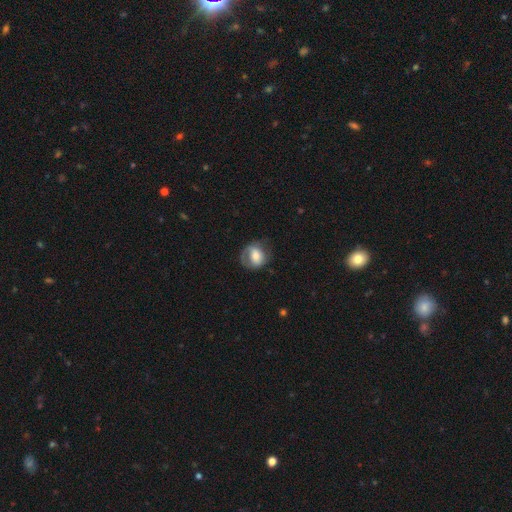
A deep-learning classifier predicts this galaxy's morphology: A smooth galaxy with no disk features (53%) that is round (57%).

Vote fractions:
- Smooth or featured? smooth: 53% / featured or disk: 40% / star or artifact: 7%
- How rounded? round: 57% / in between: 42% / cigar-shaped: 1%
- Merging? none: 53% / minor disturbance: 25% / major disturbance: 21% / merger: 2%